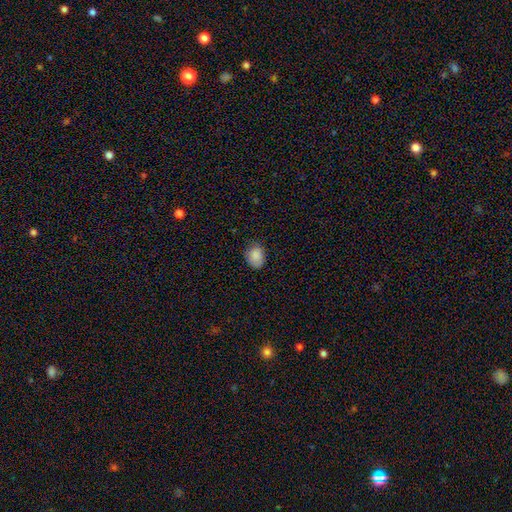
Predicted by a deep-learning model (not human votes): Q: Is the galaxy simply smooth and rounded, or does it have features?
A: smooth — 87%.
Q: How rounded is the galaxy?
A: in between — 55%.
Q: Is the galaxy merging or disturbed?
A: none — 74%.